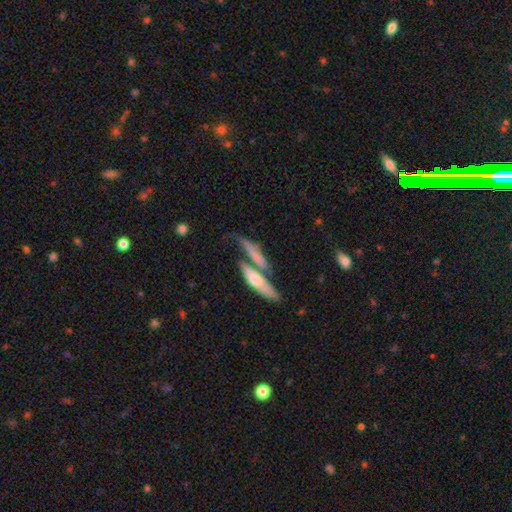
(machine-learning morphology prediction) A smooth galaxy with no disk features (49%).

Vote fractions:
- Smooth or featured? smooth: 49% / featured or disk: 43% / star or artifact: 8%
- Merging? merger: 44% / none: 36% / minor disturbance: 14% / major disturbance: 7%